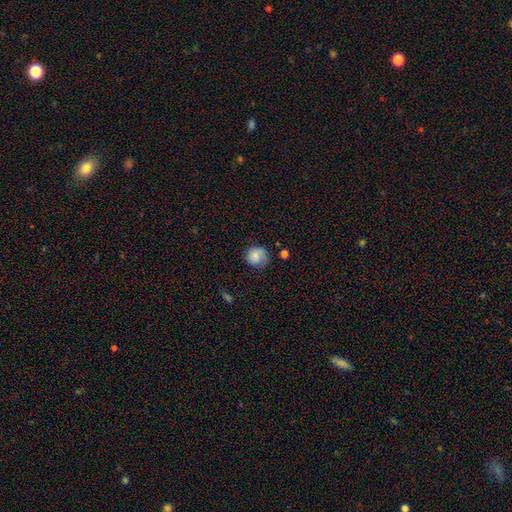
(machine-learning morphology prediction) A smooth galaxy with no disk features (73%) that is round (82%). Merging: none (61%).